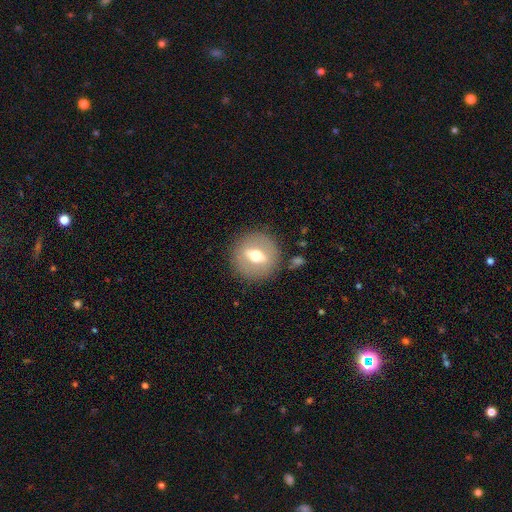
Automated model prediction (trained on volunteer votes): Smooth or featured?
  - featured or disk: 52% *
  - smooth: 40%
  - star or artifact: 8%
Edge-on disk?
  - no: 66% *
  - yes: 34%
Merging?
  - none: 86% *
  - minor disturbance: 8%
  - major disturbance: 4%
  - merger: 2%